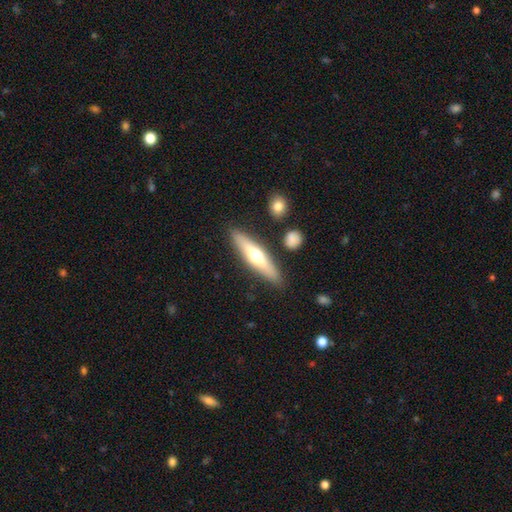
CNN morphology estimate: A featured or disk galaxy (51%) viewed edge-on (90%). Merging: none (87%).